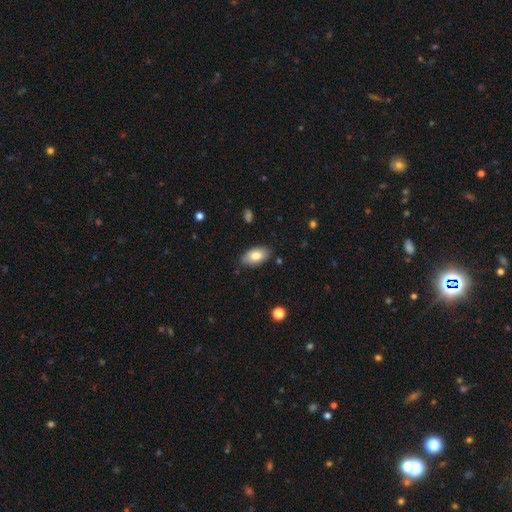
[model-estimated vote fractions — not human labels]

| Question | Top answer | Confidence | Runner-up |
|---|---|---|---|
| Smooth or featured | smooth | 80% | featured or disk (13%) |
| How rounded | in between | 94% | round (4%) |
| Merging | none | 85% | minor disturbance (12%) |